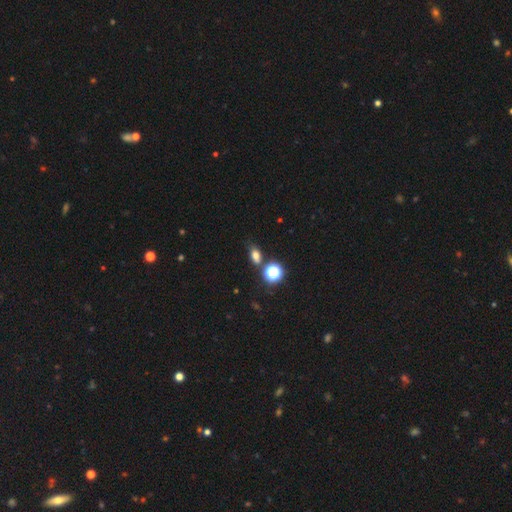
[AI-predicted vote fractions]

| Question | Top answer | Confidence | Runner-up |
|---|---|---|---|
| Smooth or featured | smooth | 69% | star or artifact (21%) |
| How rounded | in between | 70% | round (25%) |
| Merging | none | 69% | minor disturbance (14%) |